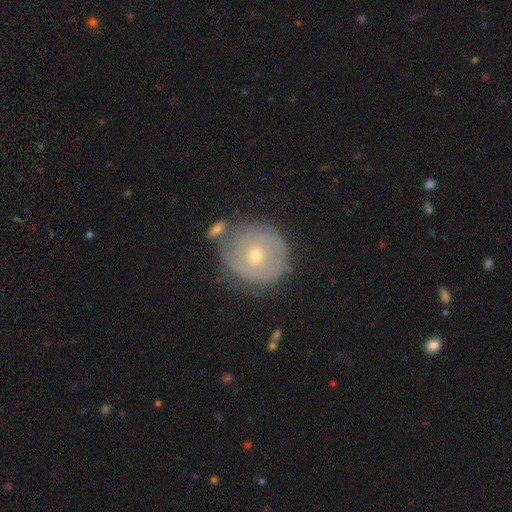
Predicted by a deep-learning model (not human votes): A featured or disk galaxy (64%) with no bar (64%), spiral arms (72%) and a small central bulge (58%).

Vote fractions:
- Smooth or featured? featured or disk: 64% / smooth: 28% / star or artifact: 8%
- Edge-on disk? no: 96% / yes: 4%
- Bar? no: 64% / weak: 30% / strong: 6%
- Spiral arms? yes: 72% / no: 28%
- Bulge size? small: 58% / moderate: 40% / large: 1% / none: 1% / dominant: 1%
- Merging? none: 63% / minor disturbance: 20% / merger: 10% / major disturbance: 7%